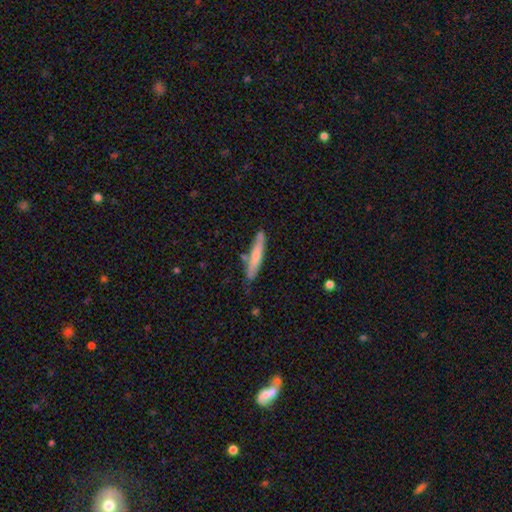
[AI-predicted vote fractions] The model was most divided on "smooth or featured": smooth: 66%, featured or disk: 29%, star or artifact: 5%. More confident: how rounded — cigar-shaped (92%); merging — none (77%).